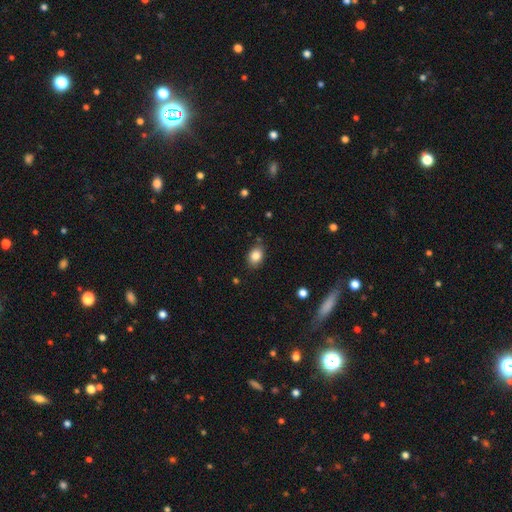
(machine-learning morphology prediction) smooth_or_featured: smooth (p=0.84) [alt: star or artifact p=0.09]
how_rounded: in between (p=0.70) [alt: round p=0.28]
merging: none (p=0.81) [alt: minor disturbance p=0.14]